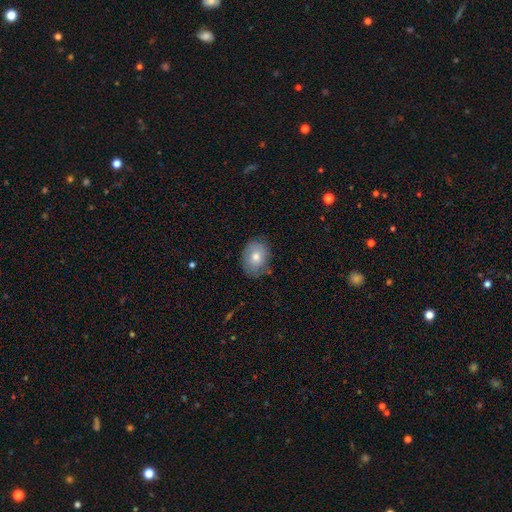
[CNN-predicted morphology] Smooth or featured? Predicted: smooth (p=0.71). How rounded? Predicted: in between (p=0.57). Merging? Predicted: none (p=0.78).